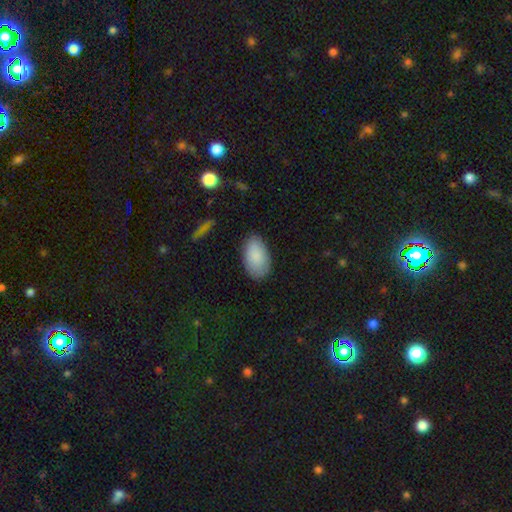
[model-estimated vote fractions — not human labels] Smooth or featured: smooth — 87% (featured or disk — 7%)
How rounded: in between — 95% (round — 4%)
Merging: none — 83% (minor disturbance — 13%)